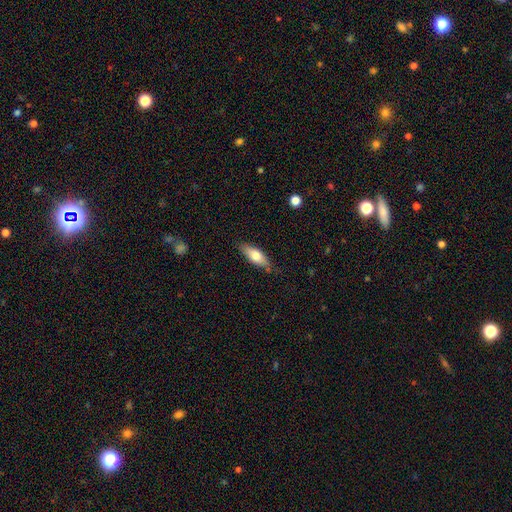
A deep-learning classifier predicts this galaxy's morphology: Q: Smooth or featured?
A: smooth (70%); runner-up: featured or disk (24%)
Q: How rounded?
A: in between (65%); runner-up: cigar-shaped (32%)
Q: Merging?
A: none (79%); runner-up: minor disturbance (16%)